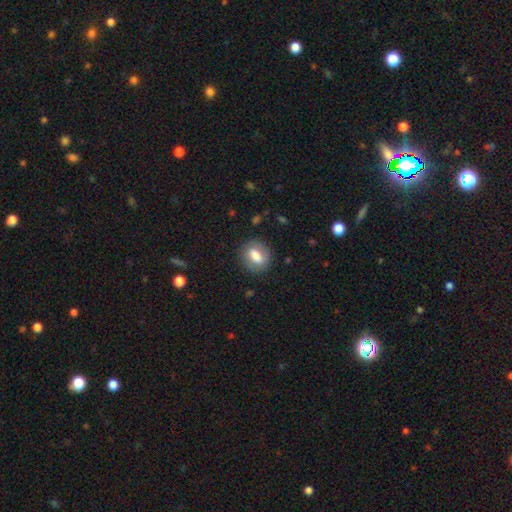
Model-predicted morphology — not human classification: The model was most divided on "how rounded": in between: 61%, round: 36%, cigar-shaped: 3%. More confident: merging — none (81%); smooth or featured — smooth (68%).